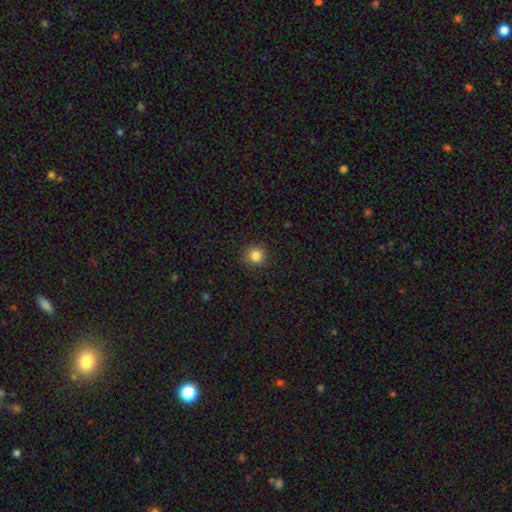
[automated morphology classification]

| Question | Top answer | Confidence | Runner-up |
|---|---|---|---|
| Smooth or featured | smooth | 84% | star or artifact (12%) |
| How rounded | round | 94% | in between (5%) |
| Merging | none | 90% | minor disturbance (7%) |